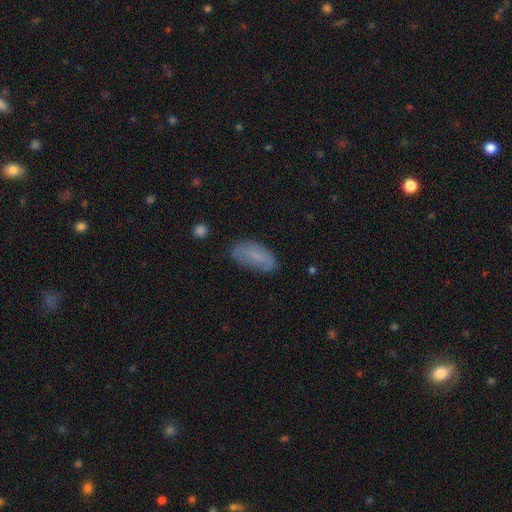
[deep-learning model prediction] This is likely a smooth galaxy (73%). How rounded: clearly in between (88%). Merging: likely none (70%).